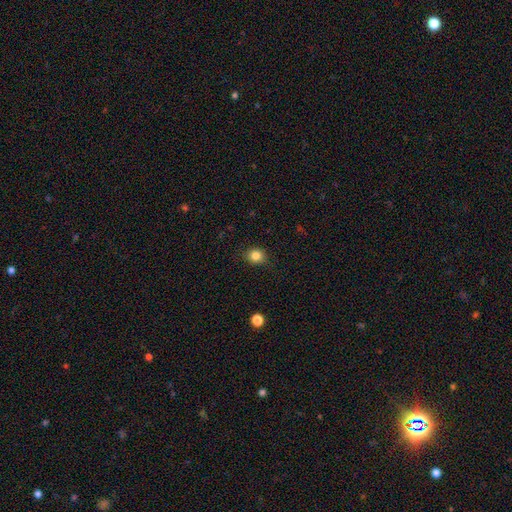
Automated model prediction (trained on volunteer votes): Smooth or featured?
  - smooth: 83% *
  - star or artifact: 11%
  - featured or disk: 5%
How rounded?
  - round: 72% *
  - in between: 27%
  - cigar-shaped: 1%
Merging?
  - none: 87% *
  - minor disturbance: 10%
  - major disturbance: 2%
  - merger: 1%